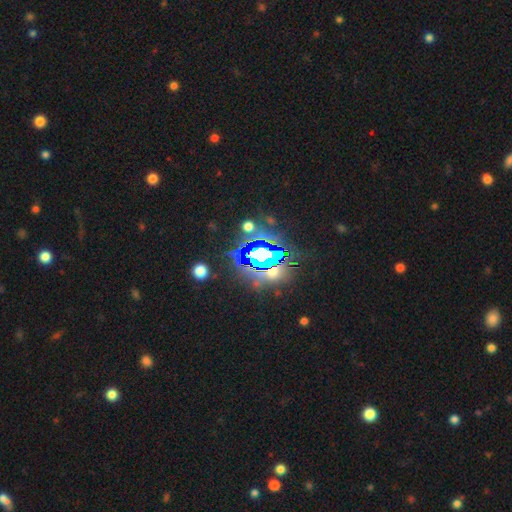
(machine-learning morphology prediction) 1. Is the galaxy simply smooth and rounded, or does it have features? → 84% star or artifact, 9% smooth, 7% featured or disk.